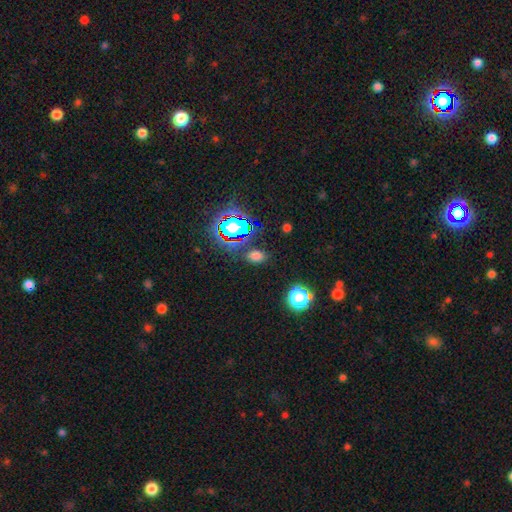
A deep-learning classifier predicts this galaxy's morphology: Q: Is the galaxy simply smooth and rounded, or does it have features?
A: smooth — 66%.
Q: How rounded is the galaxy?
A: in between — 79%.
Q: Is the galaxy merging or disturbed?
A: none — 81%.